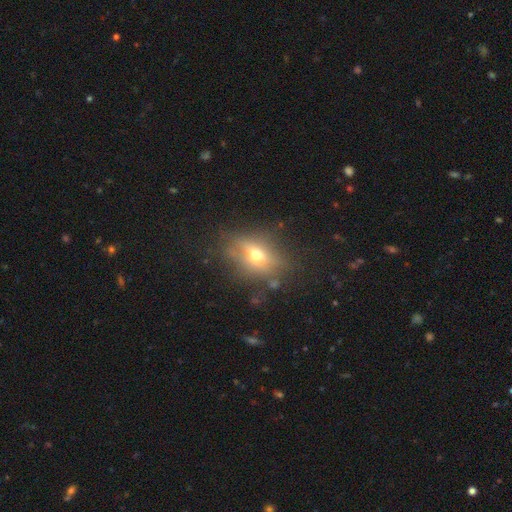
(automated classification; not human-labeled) This is possibly a smooth galaxy (50%). Merging: likely none (67%).